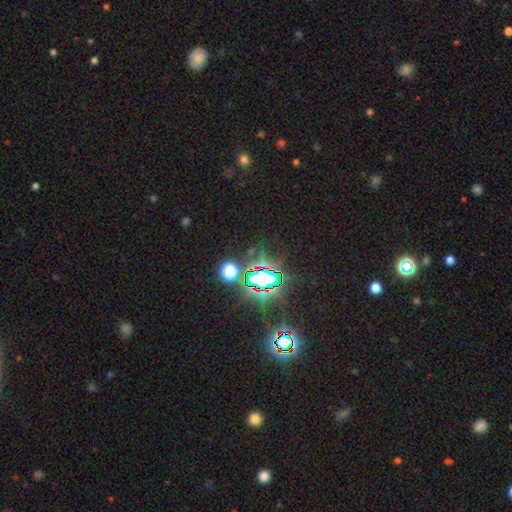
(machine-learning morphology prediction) Overall: star or artifact (80%).